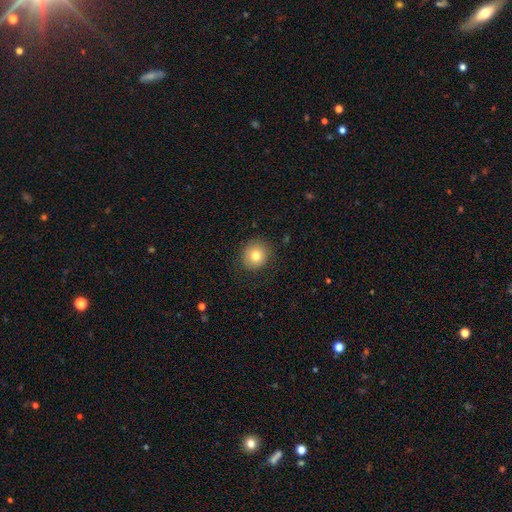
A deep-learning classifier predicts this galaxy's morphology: smooth-or-featured: smooth: 78% | featured or disk: 12% | star or artifact: 10%
  how-rounded: round: 88% | in between: 11% | cigar-shaped: 1%
  merging: none: 86% | minor disturbance: 10% | major disturbance: 3% | merger: 1%